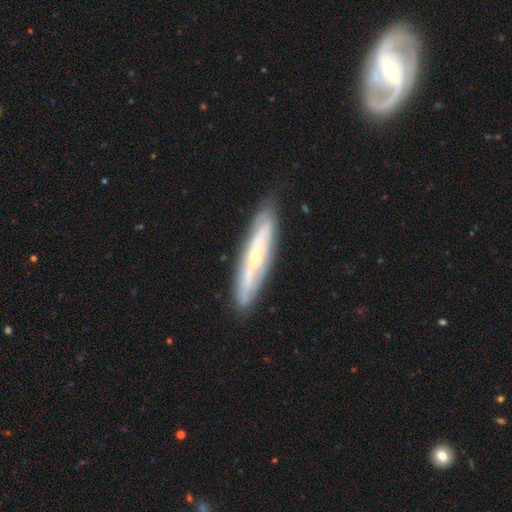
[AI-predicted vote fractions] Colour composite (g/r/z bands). It shows a featured or disk galaxy (68%) viewed edge-on (56%). Merging: none (82%).